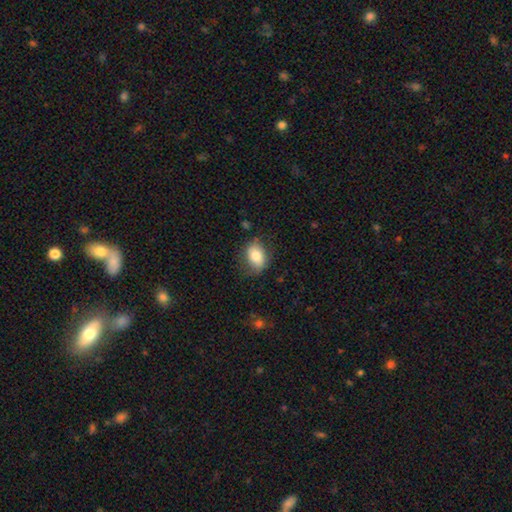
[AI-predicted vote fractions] This is likely a smooth galaxy (77%). How rounded: likely in between (78%). Merging: likely none (72%).